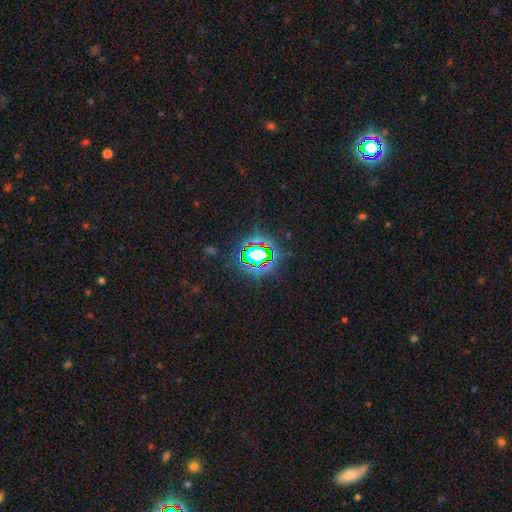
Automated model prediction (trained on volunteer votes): Overall: star or artifact (75%).